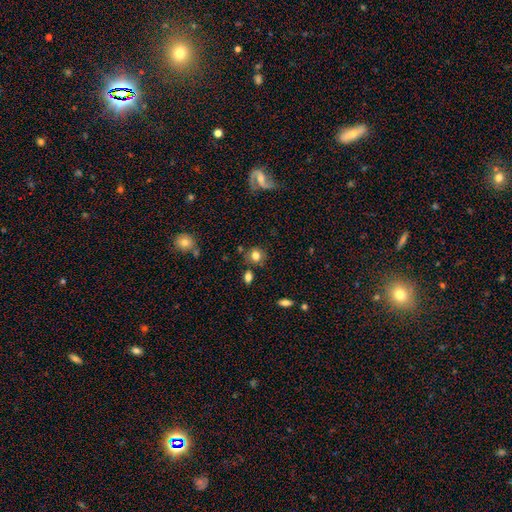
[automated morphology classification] A smooth galaxy with no disk features (80%) that is round (78%). Merging: none (75%).